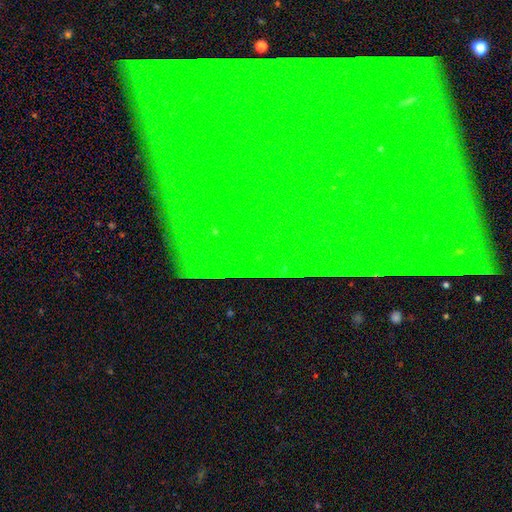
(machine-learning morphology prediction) smooth_or_featured: star or artifact (p=0.82) [alt: featured or disk p=0.10]